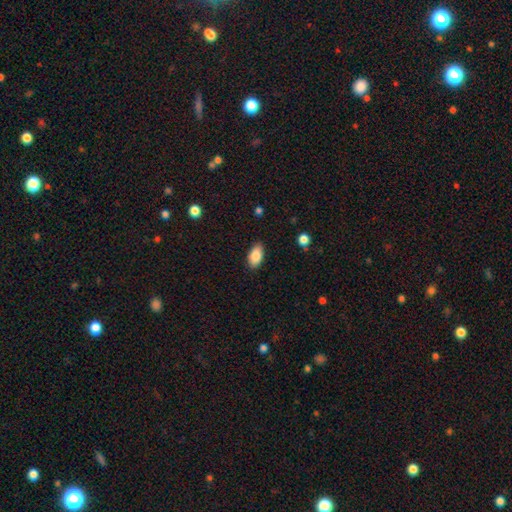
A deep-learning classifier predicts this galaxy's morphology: Smooth or featured: smooth — 86% (star or artifact — 7%)
How rounded: in between — 93% (round — 4%)
Merging: none — 87% (minor disturbance — 10%)